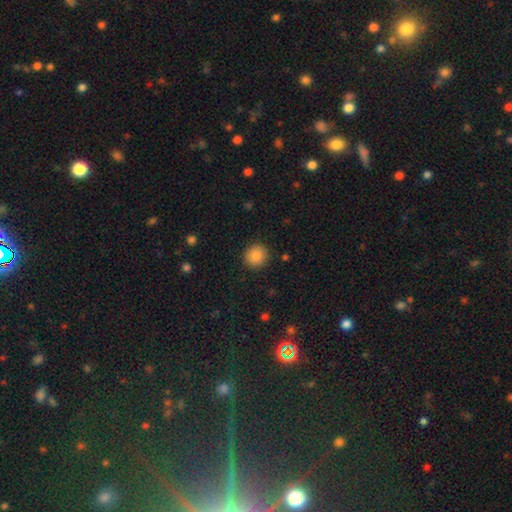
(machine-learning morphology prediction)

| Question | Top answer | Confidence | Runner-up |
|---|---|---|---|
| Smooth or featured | smooth | 86% | star or artifact (9%) |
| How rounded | round | 93% | in between (6%) |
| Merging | none | 91% | minor disturbance (6%) |